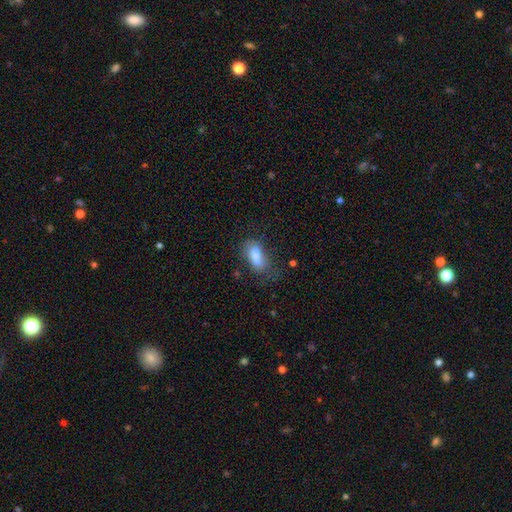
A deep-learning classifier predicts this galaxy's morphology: A smooth galaxy with no disk features (74%) that is in between round and cigar-shaped (79%). Merging: none (42%).